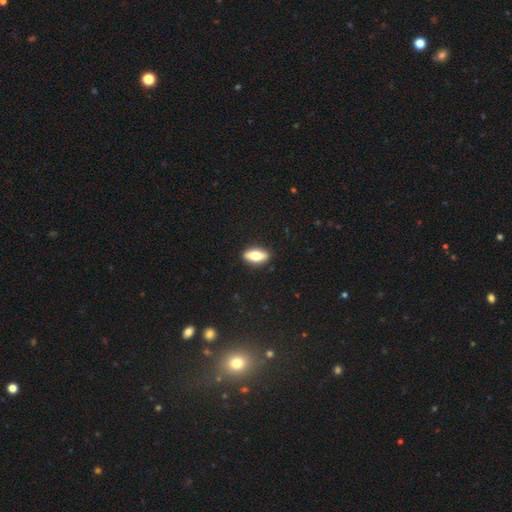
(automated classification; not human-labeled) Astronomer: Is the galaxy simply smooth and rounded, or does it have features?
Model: smooth — 66%.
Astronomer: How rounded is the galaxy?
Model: in between — 78%.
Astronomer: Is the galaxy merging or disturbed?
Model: none — 89%.